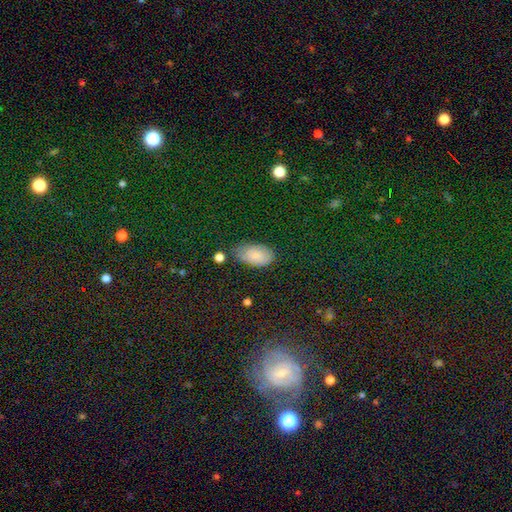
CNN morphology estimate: Smooth or featured? Predicted: smooth (p=0.79). How rounded? Predicted: in between (p=0.94). Merging? Predicted: none (p=0.70).